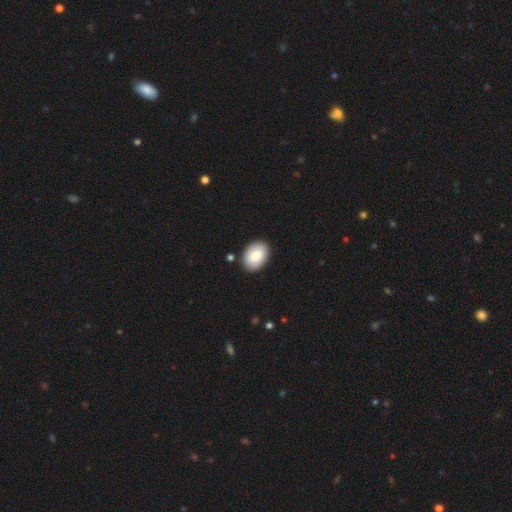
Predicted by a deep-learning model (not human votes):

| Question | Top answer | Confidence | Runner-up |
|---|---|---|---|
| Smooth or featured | smooth | 84% | featured or disk (9%) |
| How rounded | in between | 82% | round (17%) |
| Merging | none | 88% | minor disturbance (8%) |